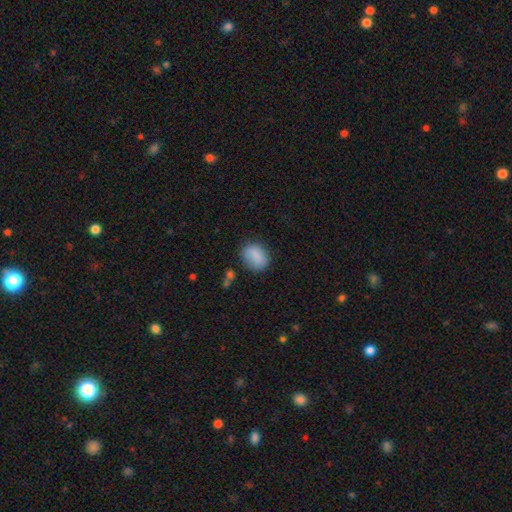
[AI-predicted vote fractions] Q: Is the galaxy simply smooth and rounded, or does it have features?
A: smooth — 84%.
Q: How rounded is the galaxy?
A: in between — 56%.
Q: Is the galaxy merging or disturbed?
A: none — 72%.